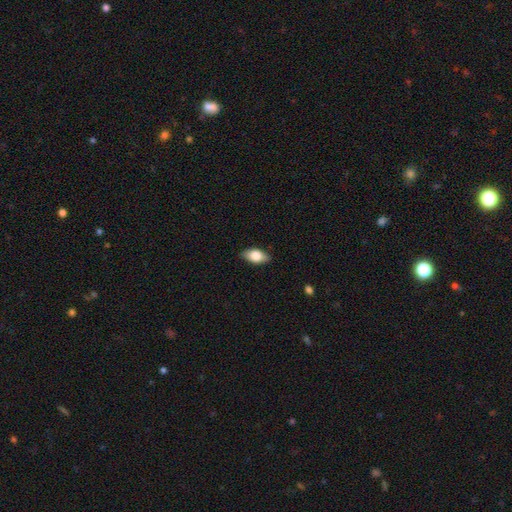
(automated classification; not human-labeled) Overall: smooth (76%). How rounded: in between (89%). Merging: none (85%).